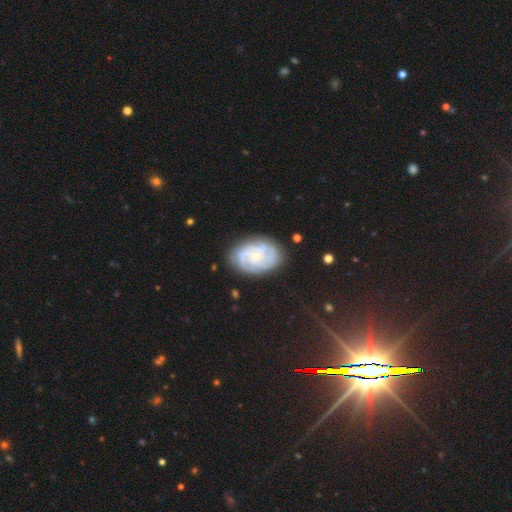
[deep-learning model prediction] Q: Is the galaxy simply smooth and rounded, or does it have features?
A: featured or disk — 78%.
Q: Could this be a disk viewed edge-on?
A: no — 96%.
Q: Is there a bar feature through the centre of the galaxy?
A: no — 77%.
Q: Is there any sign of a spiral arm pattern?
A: yes — 89%.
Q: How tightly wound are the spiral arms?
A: tight — 71%.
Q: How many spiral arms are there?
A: can't tell — 40%.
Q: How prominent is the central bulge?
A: small — 64%.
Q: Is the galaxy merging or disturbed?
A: none — 78%.